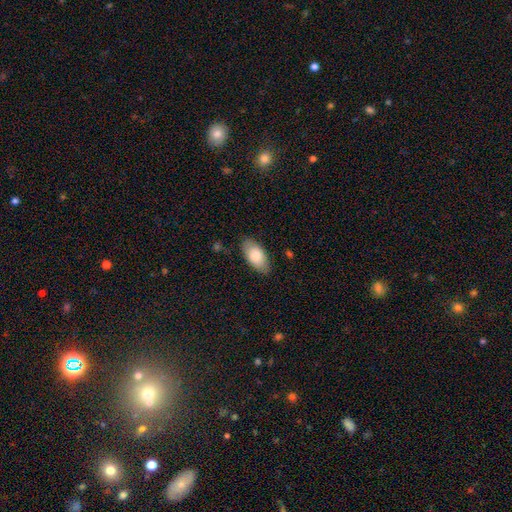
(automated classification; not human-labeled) The model was most divided on "smooth or featured": smooth: 81%, featured or disk: 14%, star or artifact: 6%. More confident: how rounded — in between (93%); merging — none (82%).